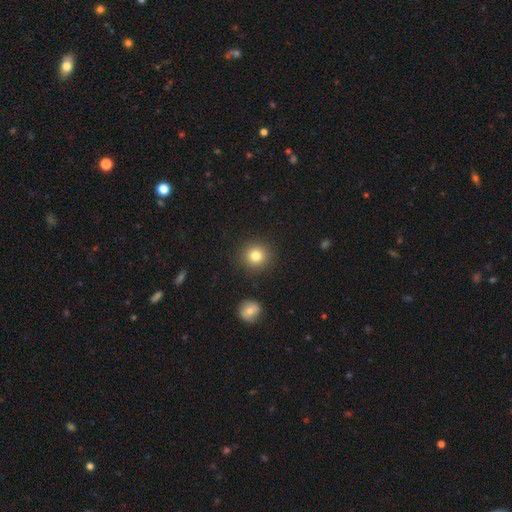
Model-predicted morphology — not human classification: Smooth or featured?
  - smooth: 82% *
  - star or artifact: 11%
  - featured or disk: 7%
How rounded?
  - round: 92% *
  - in between: 7%
  - cigar-shaped: 1%
Merging?
  - none: 90% *
  - minor disturbance: 6%
  - major disturbance: 2%
  - merger: 2%